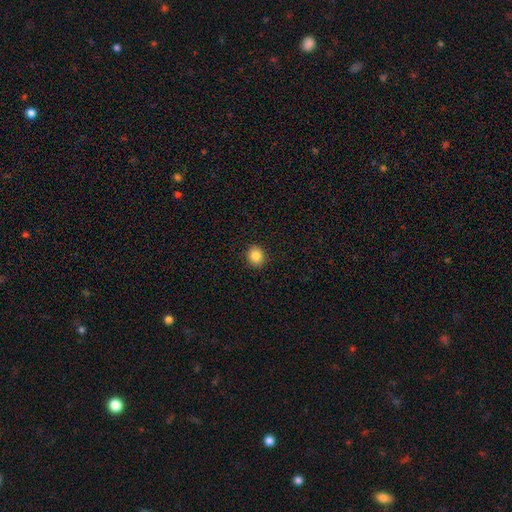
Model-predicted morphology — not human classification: This appears to be a smooth galaxy with no disk features (85%) that is round (78%). Merging: none (91%).